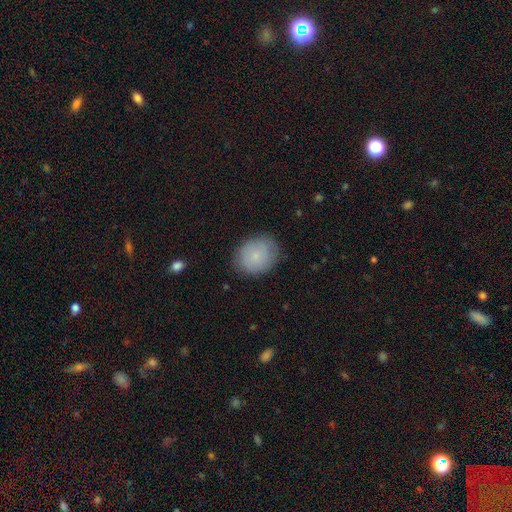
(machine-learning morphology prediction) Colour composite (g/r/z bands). It shows a smooth galaxy with no disk features (72%) that is round (57%). Merging: none (80%).